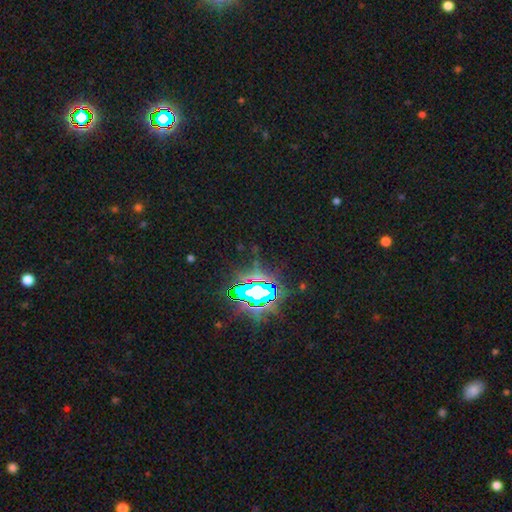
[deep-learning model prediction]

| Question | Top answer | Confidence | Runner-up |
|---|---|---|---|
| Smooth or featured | star or artifact | 82% | smooth (9%) |